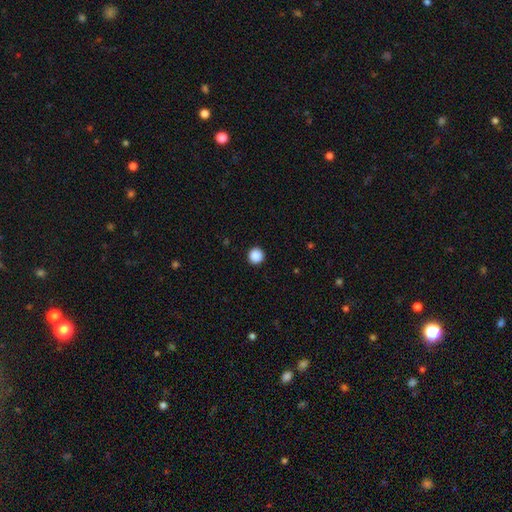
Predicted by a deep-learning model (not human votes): Smooth or featured? smooth (89%)
How rounded? round (95%)
Merging? none (93%)